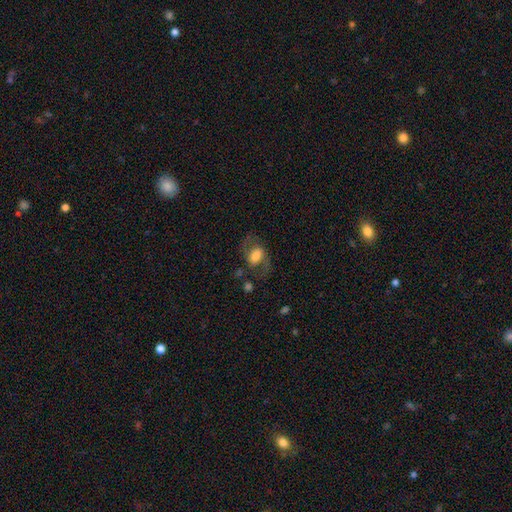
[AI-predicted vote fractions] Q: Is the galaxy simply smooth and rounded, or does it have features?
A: featured or disk — 52%.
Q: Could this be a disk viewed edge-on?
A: no — 94%.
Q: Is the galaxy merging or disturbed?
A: none — 62%.